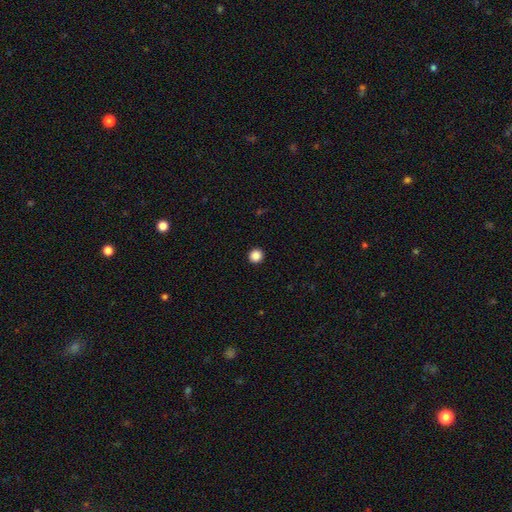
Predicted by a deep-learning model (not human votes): A smooth galaxy with no disk features (87%) that is round (95%). Merging: none (94%).